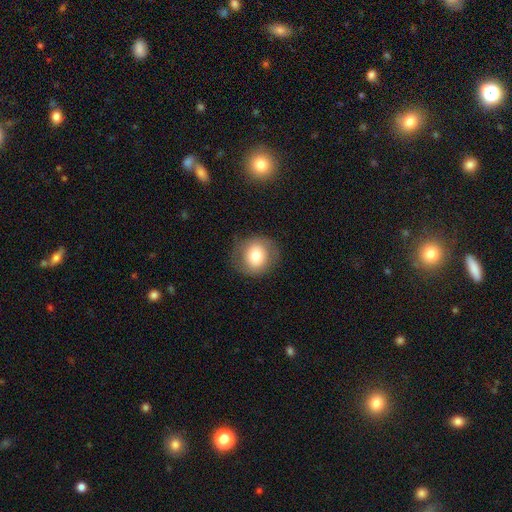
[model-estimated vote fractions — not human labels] smooth_or_featured: smooth (p=0.75) [alt: featured or disk p=0.17]
how_rounded: round (p=0.83) [alt: in between p=0.16]
merging: none (p=0.82) [alt: minor disturbance p=0.12]